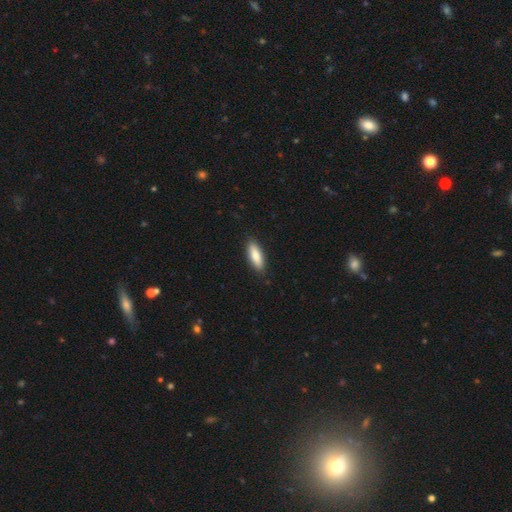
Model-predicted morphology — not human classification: smooth_or_featured: smooth (p=0.81) [alt: featured or disk p=0.13]
how_rounded: in between (p=0.60) [alt: cigar-shaped p=0.38]
merging: none (p=0.89) [alt: minor disturbance p=0.08]